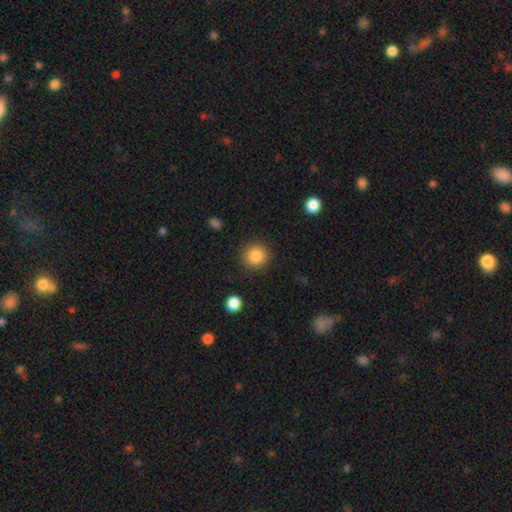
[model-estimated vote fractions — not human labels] smooth 85%, star or artifact 10%, featured or disk 5%. Down the decision tree: how rounded — round (93%); merging — none (90%).